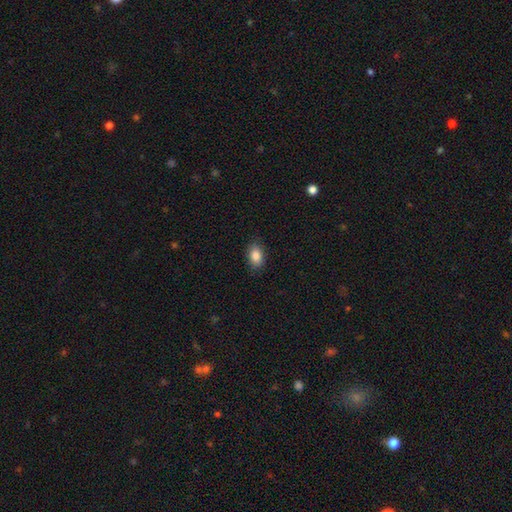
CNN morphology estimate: Smooth or featured? smooth (87%)
How rounded? in between (86%)
Merging? none (87%)